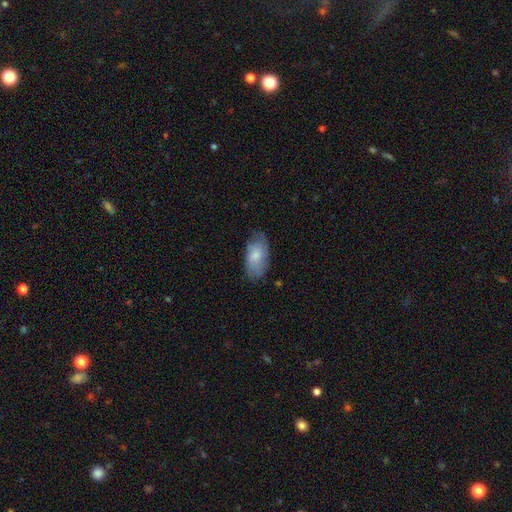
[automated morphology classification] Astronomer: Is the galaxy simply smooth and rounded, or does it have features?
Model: smooth — 73%.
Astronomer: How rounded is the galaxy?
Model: in between — 93%.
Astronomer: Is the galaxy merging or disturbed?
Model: none — 69%.